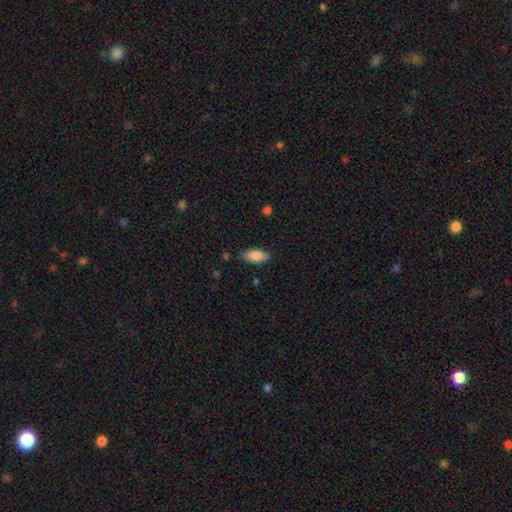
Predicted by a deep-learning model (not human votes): Morphology: type=smooth (83%); roundness=in between (86%); merging=none (82%).